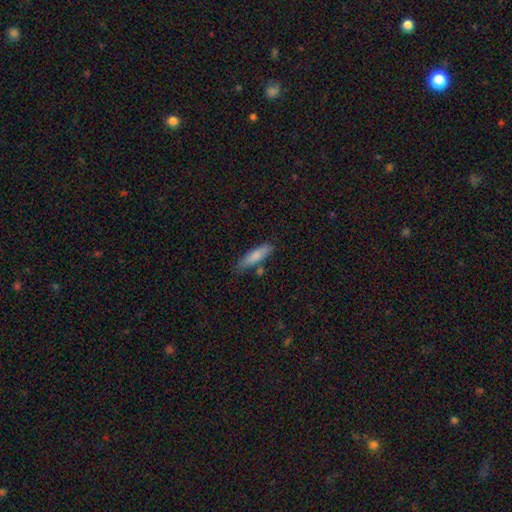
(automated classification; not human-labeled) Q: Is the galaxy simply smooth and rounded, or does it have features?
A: smooth — 79%.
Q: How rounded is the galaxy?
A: cigar-shaped — 70%.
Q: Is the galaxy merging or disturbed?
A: none — 73%.